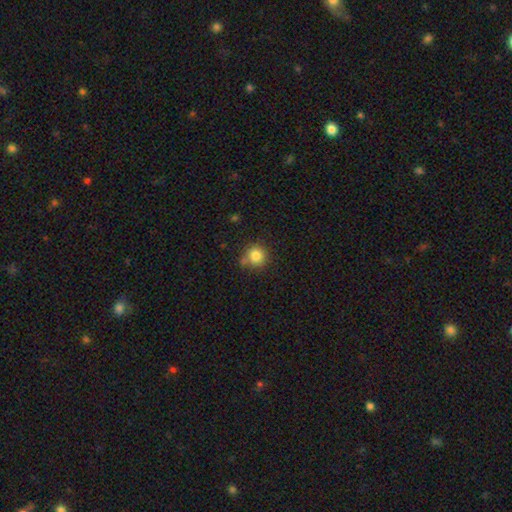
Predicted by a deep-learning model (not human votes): The model was most divided on "merging": none: 67%, minor disturbance: 19%, merger: 10%, major disturbance: 5%. More confident: how rounded — round (91%); smooth or featured — smooth (83%).